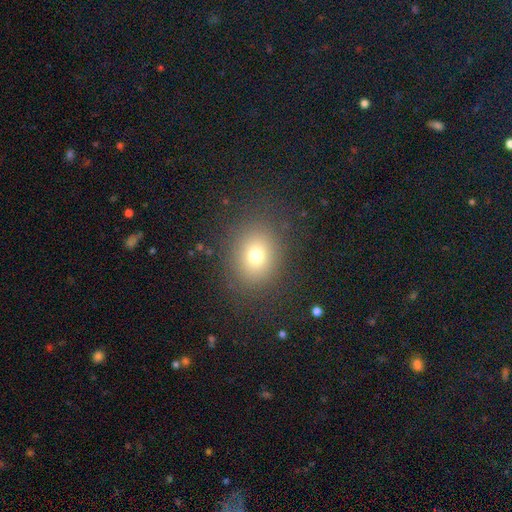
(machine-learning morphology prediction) This is likely a smooth galaxy (72%). How rounded: likely round (62%). Merging: clearly none (84%).